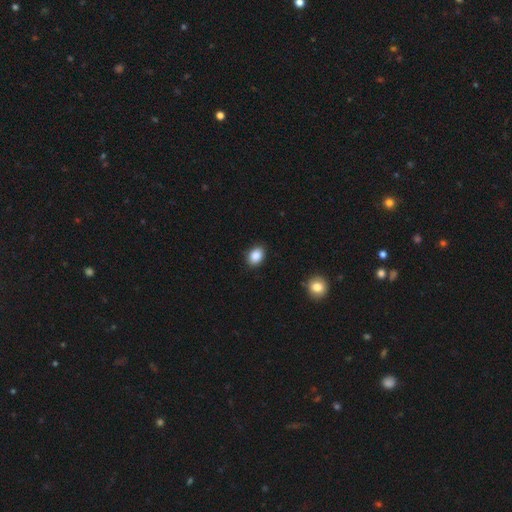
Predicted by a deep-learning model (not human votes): Smooth or featured?
  - smooth: 88% *
  - star or artifact: 9%
  - featured or disk: 4%
How rounded?
  - in between: 74% *
  - round: 25%
  - cigar-shaped: 1%
Merging?
  - none: 88% *
  - minor disturbance: 9%
  - major disturbance: 2%
  - merger: 1%